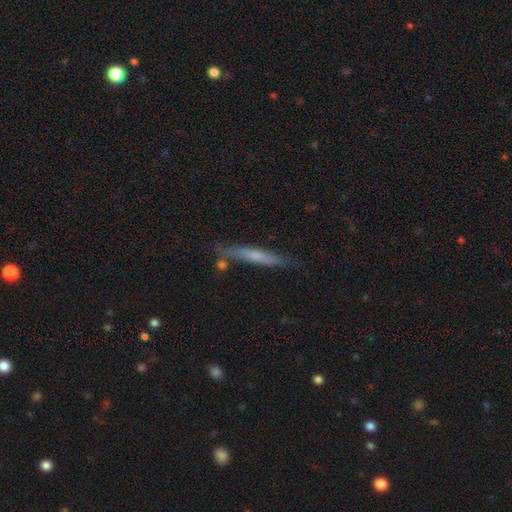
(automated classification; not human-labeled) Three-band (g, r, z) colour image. It shows a smooth galaxy with no disk features (48%). Merging: none (76%).